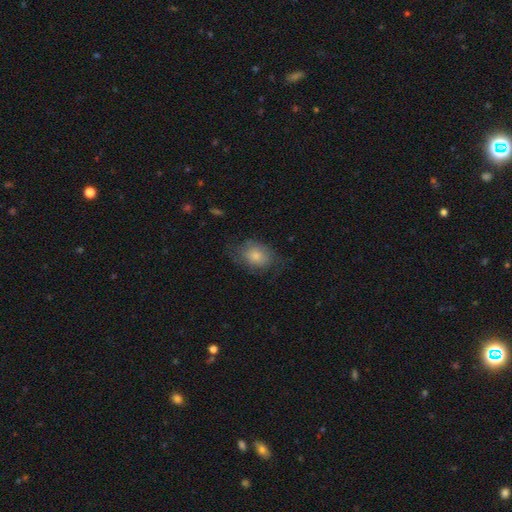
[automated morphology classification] This is likely a smooth galaxy (72%). How rounded: likely in between (65%). Merging: possibly none (58%).